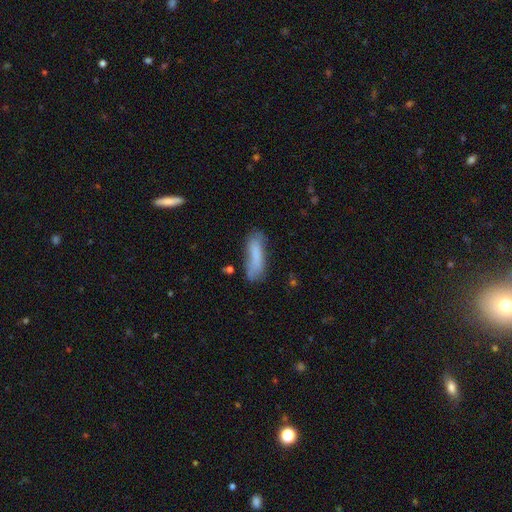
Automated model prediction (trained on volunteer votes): Smooth or featured? Predicted: smooth (p=0.76). How rounded? Predicted: cigar-shaped (p=0.54). Merging? Predicted: none (p=0.56).